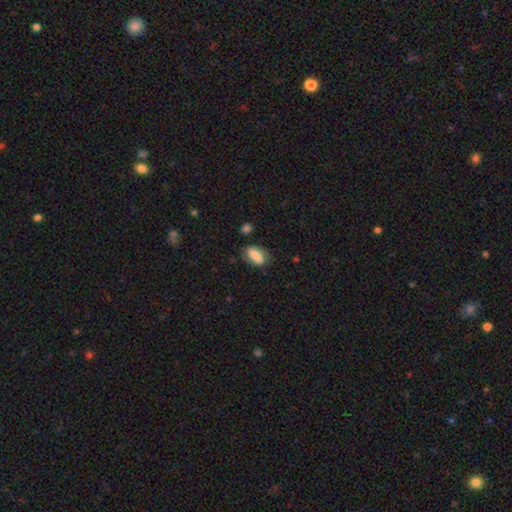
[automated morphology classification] Smooth or featured?
  - smooth: 79% *
  - featured or disk: 14%
  - star or artifact: 7%
How rounded?
  - in between: 90% *
  - cigar-shaped: 6%
  - round: 5%
Merging?
  - none: 68% *
  - minor disturbance: 23%
  - major disturbance: 7%
  - merger: 2%